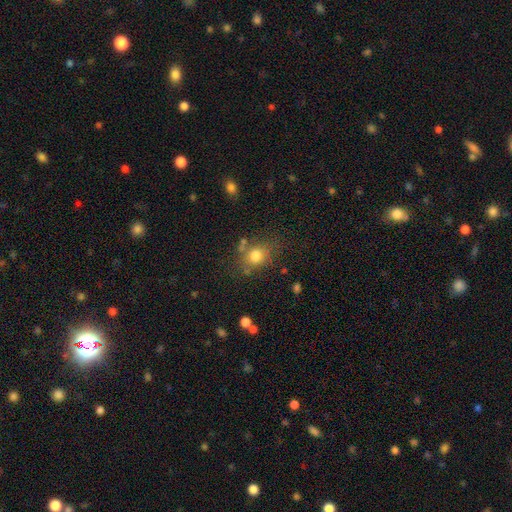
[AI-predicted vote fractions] This appears to be a smooth galaxy with no disk features (77%) that is round (63%). Merging: none (67%).